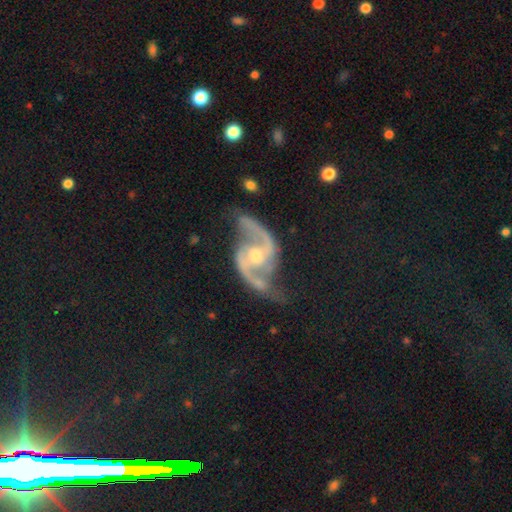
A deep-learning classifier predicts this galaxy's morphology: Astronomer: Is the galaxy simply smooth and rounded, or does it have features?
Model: featured or disk — 92%.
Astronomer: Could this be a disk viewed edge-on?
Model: no — 97%.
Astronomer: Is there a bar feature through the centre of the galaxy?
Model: weak — 42% (runner-up: no, 39%).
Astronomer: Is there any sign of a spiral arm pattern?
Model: yes — 98%.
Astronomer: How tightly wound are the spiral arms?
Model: medium — 47% (runner-up: loose, 43%).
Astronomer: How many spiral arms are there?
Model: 2 — 94%.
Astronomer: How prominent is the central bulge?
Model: moderate — 63%.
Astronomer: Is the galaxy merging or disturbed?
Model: none — 68%.